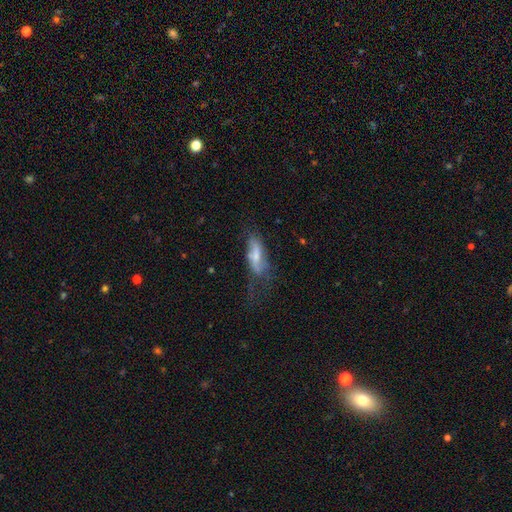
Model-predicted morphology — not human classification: type=featured or disk (48%); merging=none (35%).